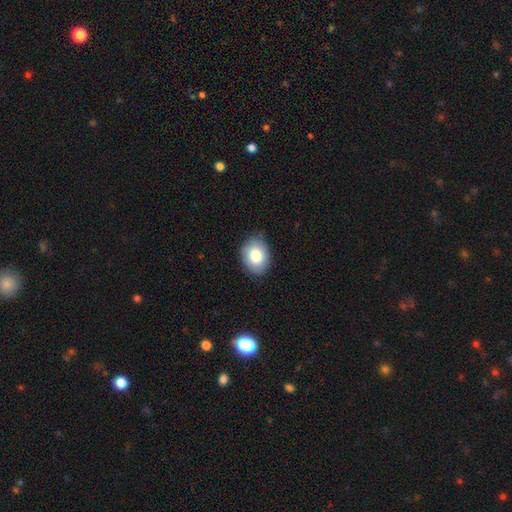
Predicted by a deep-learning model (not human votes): Smooth or featured? smooth (82%)
How rounded? in between (64%)
Merging? none (83%)